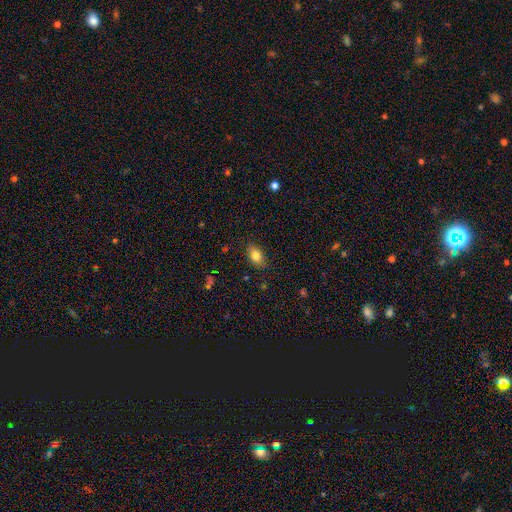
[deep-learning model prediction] A smooth galaxy with no disk features (81%) that is in between round and cigar-shaped (86%). Merging: none (84%).